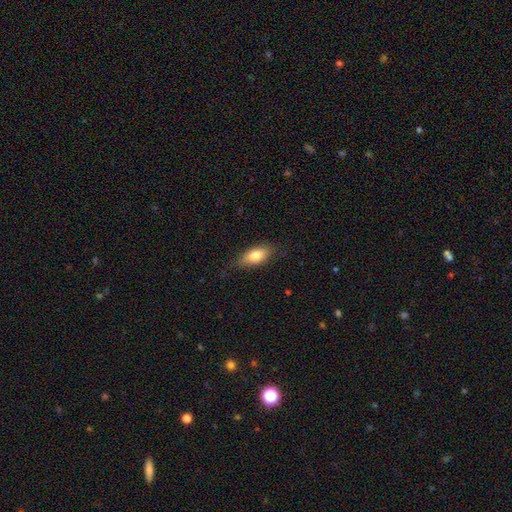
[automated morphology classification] Q: Smooth or featured?
A: smooth (76%); runner-up: featured or disk (17%)
Q: How rounded?
A: in between (83%); runner-up: cigar-shaped (13%)
Q: Merging?
A: none (75%); runner-up: minor disturbance (20%)